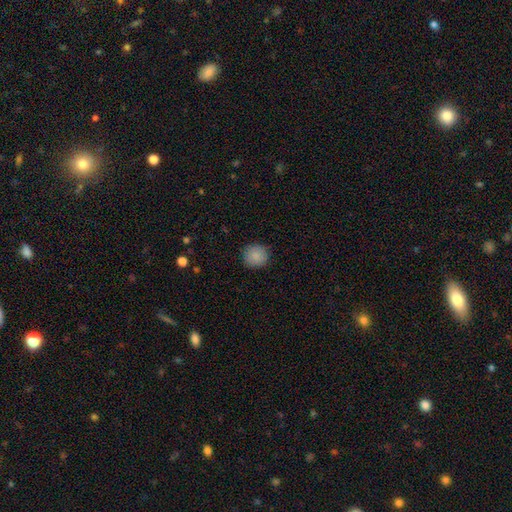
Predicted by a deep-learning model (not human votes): smooth_or_featured: smooth (p=0.88) [alt: star or artifact p=0.08]
how_rounded: round (p=0.91) [alt: in between p=0.08]
merging: none (p=0.89) [alt: minor disturbance p=0.08]